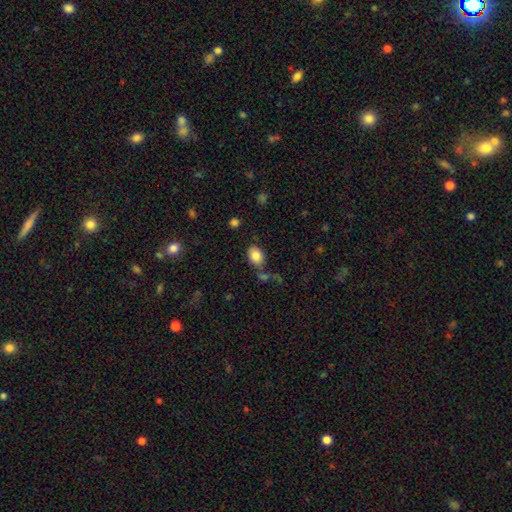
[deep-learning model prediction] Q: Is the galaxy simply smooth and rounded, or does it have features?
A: smooth — 85%.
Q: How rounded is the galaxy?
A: in between — 73%.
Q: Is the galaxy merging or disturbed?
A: none — 72%.